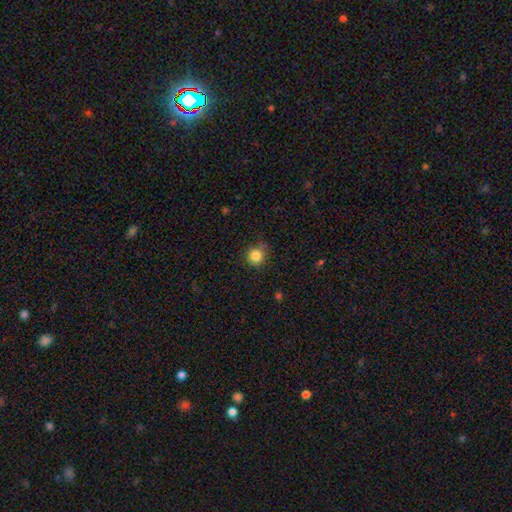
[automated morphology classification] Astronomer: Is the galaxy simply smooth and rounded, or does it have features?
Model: smooth — 83%.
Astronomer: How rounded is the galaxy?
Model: round — 90%.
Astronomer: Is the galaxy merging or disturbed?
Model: none — 78%.